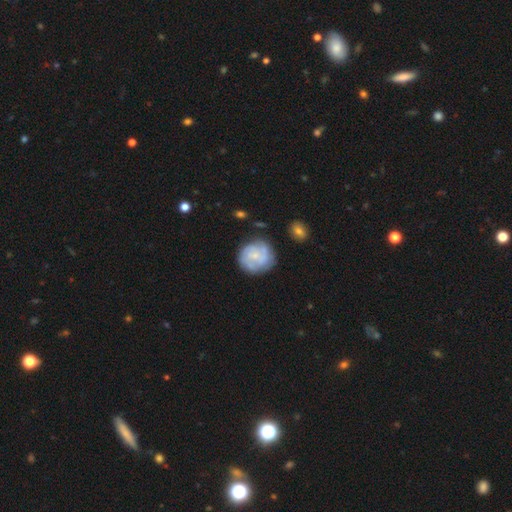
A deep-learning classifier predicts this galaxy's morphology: featured or disk 56%, smooth 38%, star or artifact 6%. Down the decision tree: edge-on disk — no (98%); bar — no (75%); spiral arms — yes (68%); bulge size — small (63%); merging — none (66%).